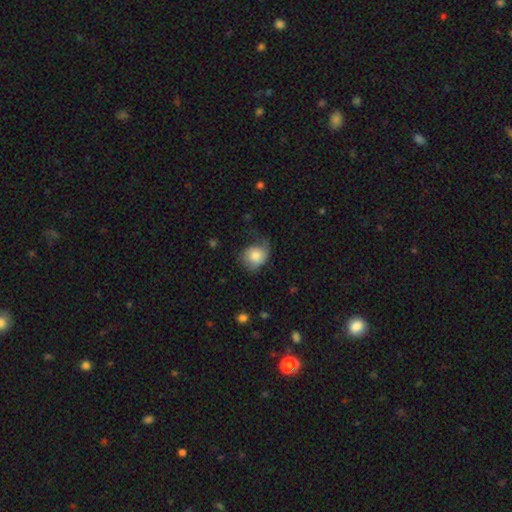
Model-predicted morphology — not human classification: Q: Smooth or featured?
A: smooth (70%); runner-up: featured or disk (23%)
Q: How rounded?
A: round (62%); runner-up: in between (37%)
Q: Merging?
A: none (38%); runner-up: minor disturbance (33%)